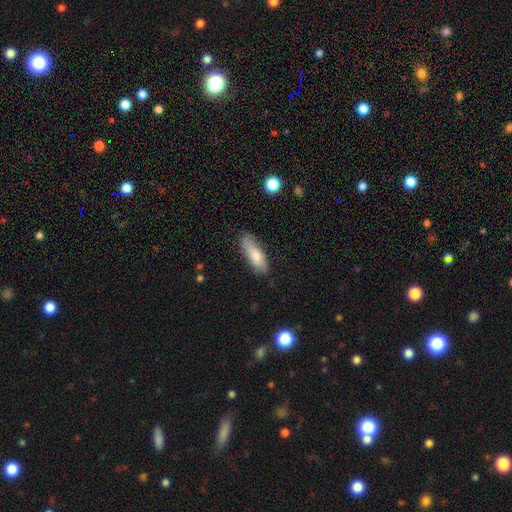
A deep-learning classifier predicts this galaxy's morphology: This is likely a smooth galaxy (71%). How rounded: possibly in between (59%). Merging: likely none (70%).